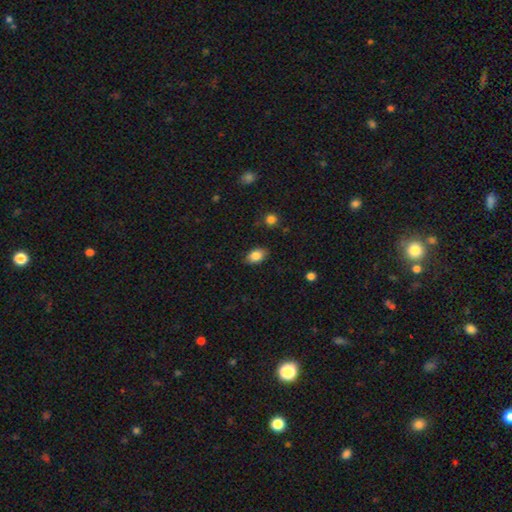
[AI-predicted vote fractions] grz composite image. It shows a smooth galaxy with no disk features (83%) that is in between round and cigar-shaped (87%). Merging: none (84%).